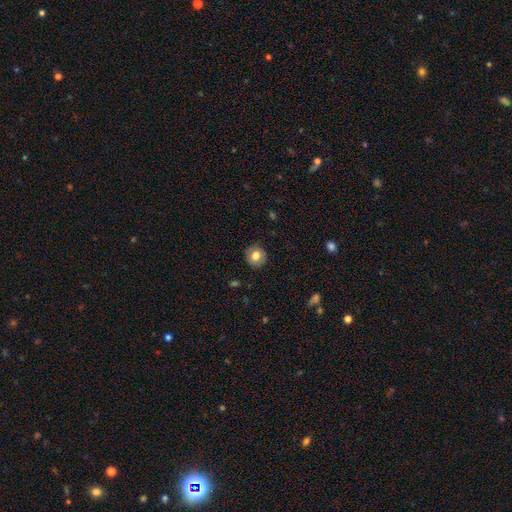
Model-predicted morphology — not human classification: This appears to be a smooth galaxy with no disk features (76%) that is round (87%). Merging: none (86%).